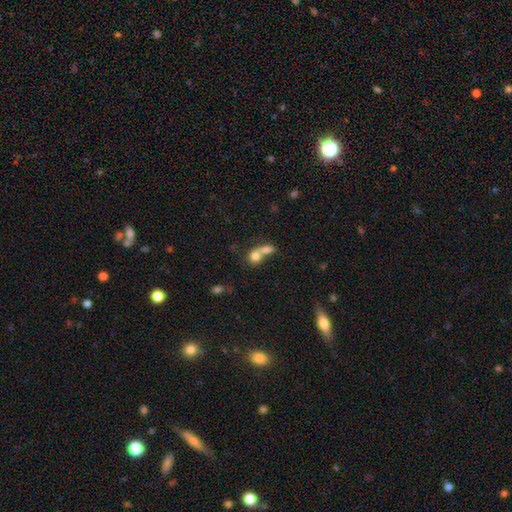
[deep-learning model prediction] smooth 75%, featured or disk 15%, star or artifact 10%. Down the decision tree: how rounded — round (57%); merging — merger (70%).